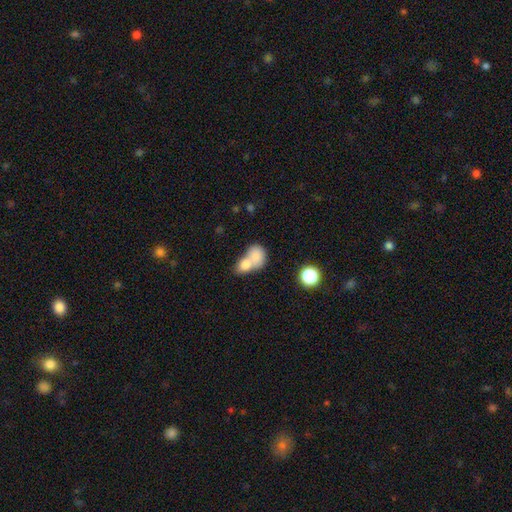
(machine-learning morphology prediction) Smooth or featured: smooth — 78% (featured or disk — 14%)
How rounded: in between — 58% (round — 40%)
Merging: merger — 74% (none — 16%)